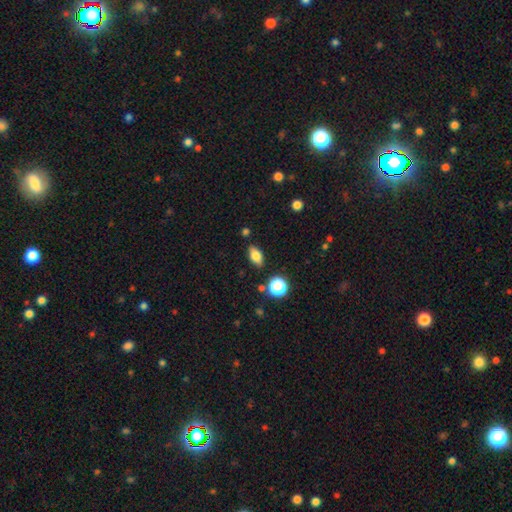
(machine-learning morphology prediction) A smooth galaxy with no disk features (79%) that is in between round and cigar-shaped (85%).

Vote fractions:
- Smooth or featured? smooth: 79% / featured or disk: 11% / star or artifact: 10%
- How rounded? in between: 85% / round: 9% / cigar-shaped: 5%
- Merging? none: 85% / minor disturbance: 10% / merger: 3% / major disturbance: 2%